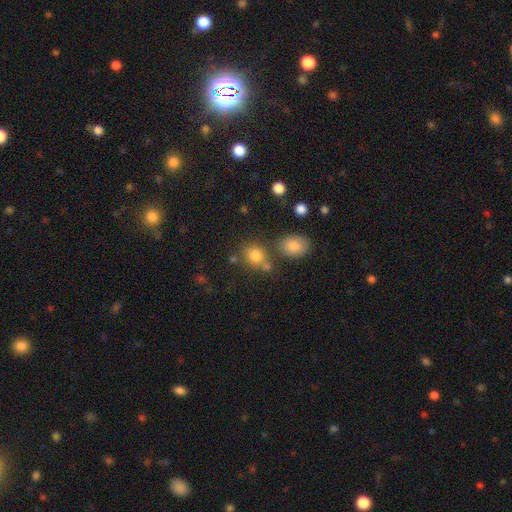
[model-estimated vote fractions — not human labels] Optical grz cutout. It shows a smooth galaxy with no disk features (80%) that is round (72%). Merging: none (61%).